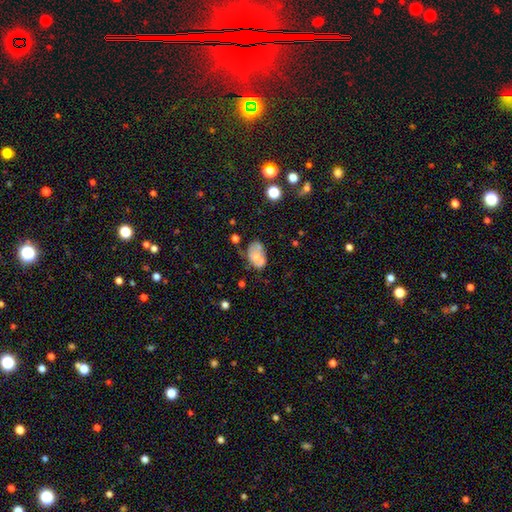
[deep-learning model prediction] A smooth galaxy with no disk features (55%) that is in between round and cigar-shaped (83%). Merging: none (31%).